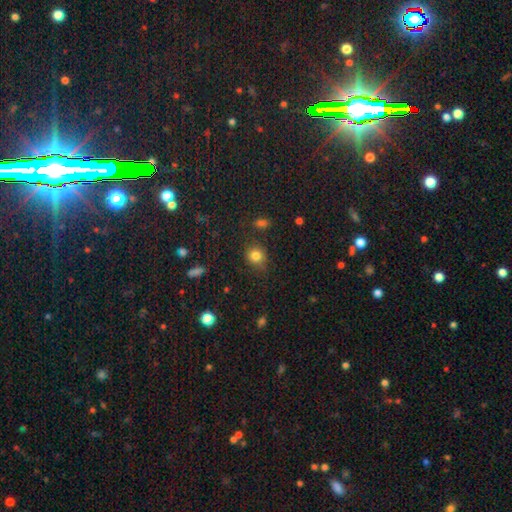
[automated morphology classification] This is clearly a smooth galaxy (81%). How rounded: clearly round (80%). Merging: likely none (75%).